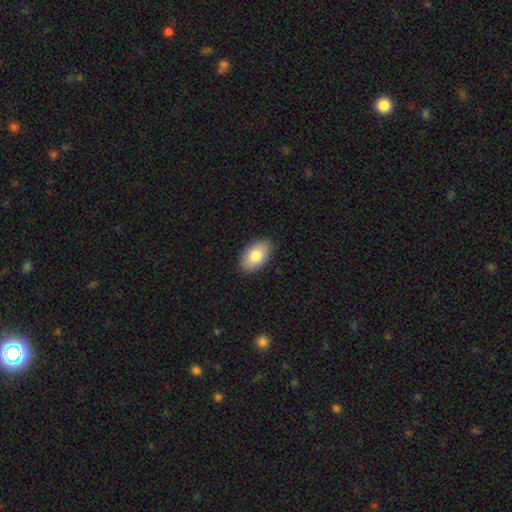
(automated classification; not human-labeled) This appears to be a smooth galaxy with no disk features (82%) that is in between round and cigar-shaped (94%). Merging: none (89%).